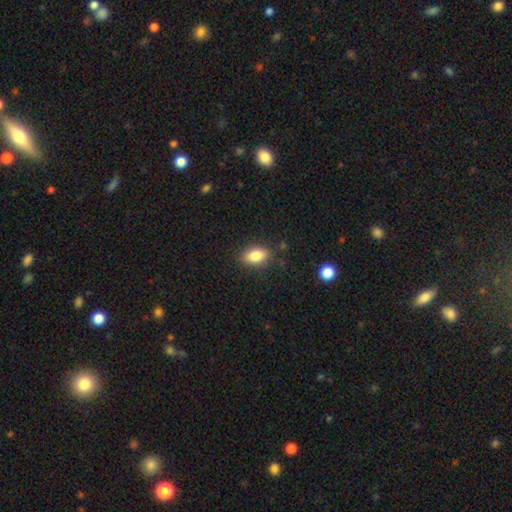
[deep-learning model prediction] smooth_or_featured: smooth (p=0.84) [alt: star or artifact p=0.08]
how_rounded: in between (p=0.87) [alt: round p=0.10]
merging: none (p=0.85) [alt: minor disturbance p=0.11]